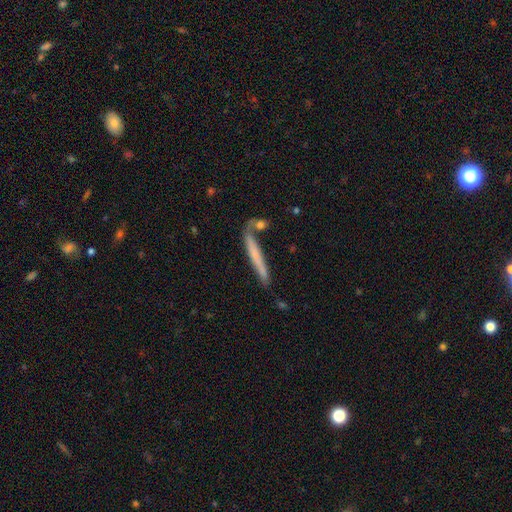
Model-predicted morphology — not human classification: smooth_or_featured: smooth (p=0.54) [alt: featured or disk p=0.39]
how_rounded: cigar-shaped (p=0.96) [alt: in between p=0.03]
merging: none (p=0.66) [alt: minor disturbance p=0.15]